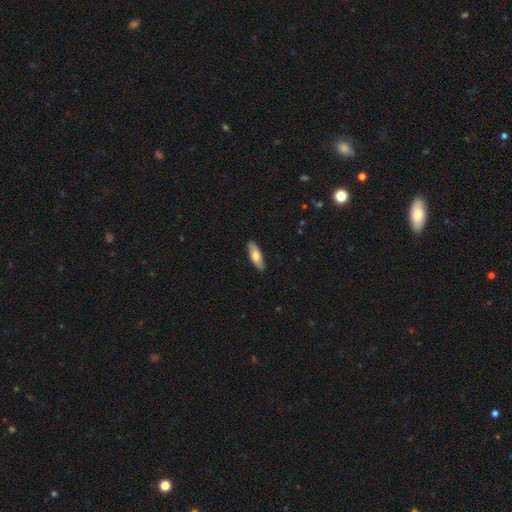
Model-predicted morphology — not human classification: smooth_or_featured: smooth (p=0.66) [alt: featured or disk p=0.28]
how_rounded: in between (p=0.55) [alt: cigar-shaped p=0.42]
merging: none (p=0.90) [alt: minor disturbance p=0.08]